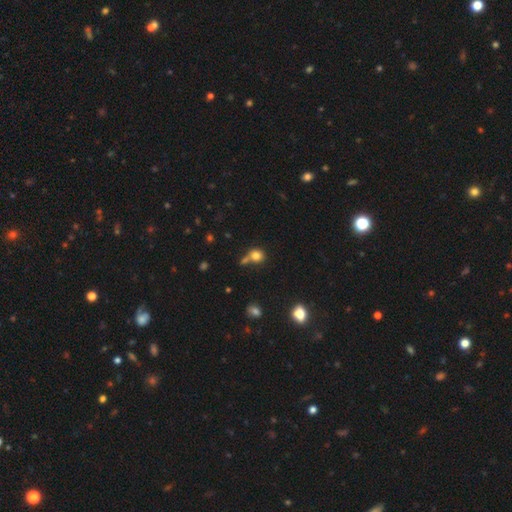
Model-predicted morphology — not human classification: This is likely a smooth galaxy (79%). How rounded: likely round (80%). Merging: possibly none (54%).